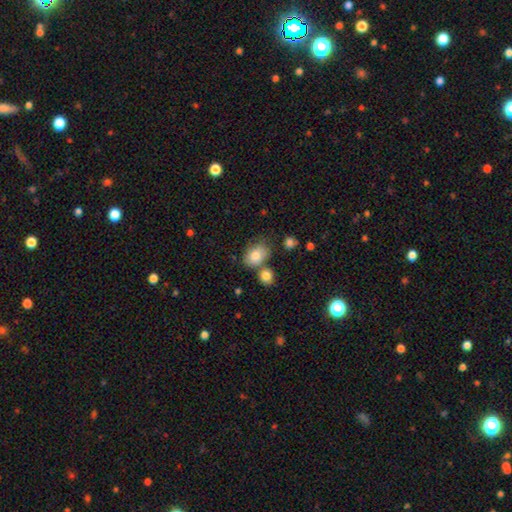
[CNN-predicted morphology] Smooth or featured? Predicted: smooth (p=0.82). How rounded? Predicted: in between (p=0.72). Merging? Predicted: none (p=0.53).